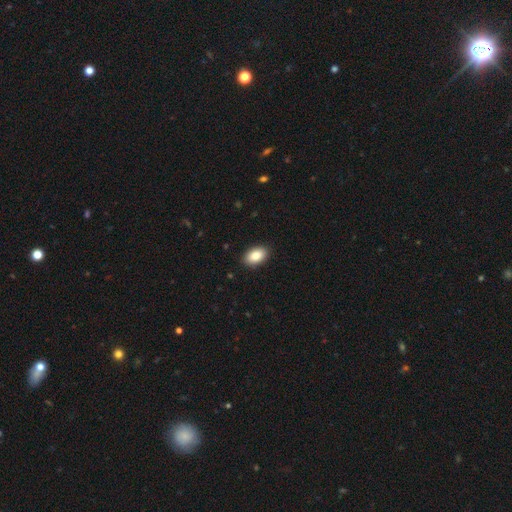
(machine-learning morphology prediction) type=smooth (86%); roundness=in between (92%); merging=none (90%).